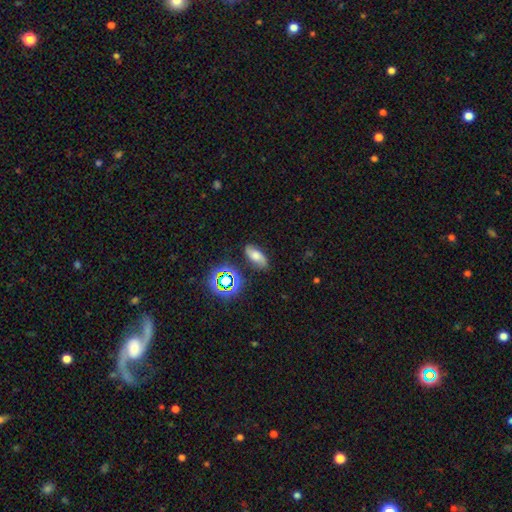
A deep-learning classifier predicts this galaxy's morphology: smooth_or_featured: smooth (p=0.43) [alt: featured or disk p=0.39]
merging: none (p=0.75) [alt: minor disturbance p=0.17]